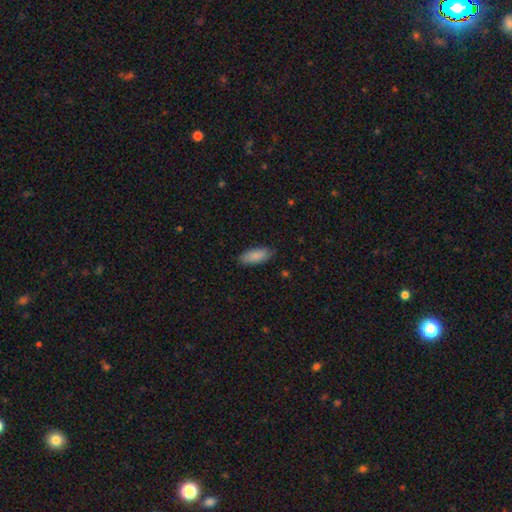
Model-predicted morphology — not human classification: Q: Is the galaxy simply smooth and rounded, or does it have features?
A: smooth — 87%.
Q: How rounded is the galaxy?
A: in between — 80%.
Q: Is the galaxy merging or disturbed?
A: none — 81%.